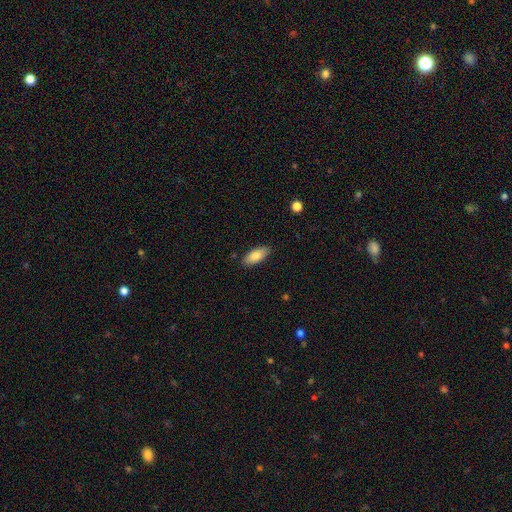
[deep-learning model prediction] smooth-or-featured: smooth: 84% | featured or disk: 9% | star or artifact: 6%
  how-rounded: in between: 86% | cigar-shaped: 13% | round: 2%
  merging: none: 87% | minor disturbance: 10% | major disturbance: 2% | merger: 1%